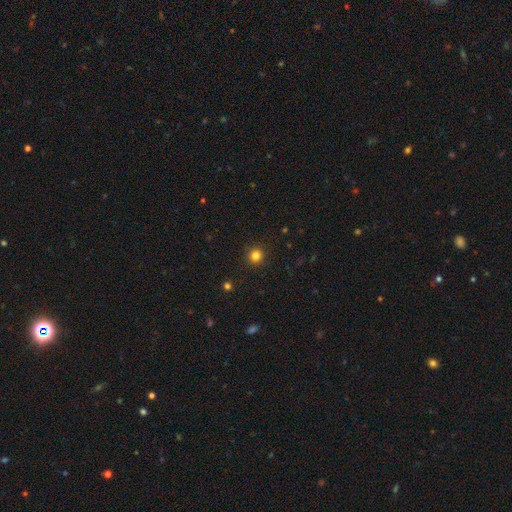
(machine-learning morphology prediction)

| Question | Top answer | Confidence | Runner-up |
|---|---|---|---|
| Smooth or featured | smooth | 82% | star or artifact (14%) |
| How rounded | round | 95% | in between (4%) |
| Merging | none | 92% | minor disturbance (5%) |